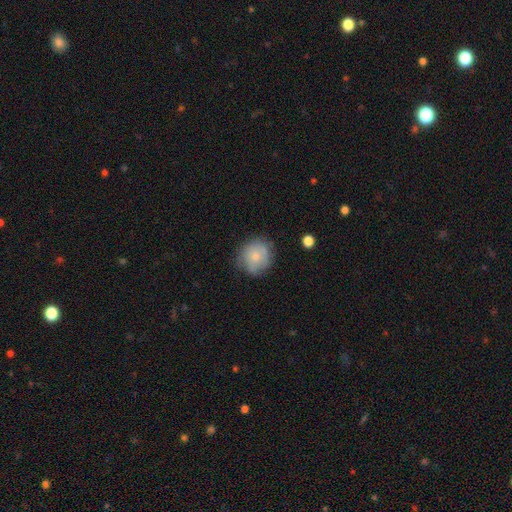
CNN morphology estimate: The model was most divided on "merging": none: 67%, minor disturbance: 24%, major disturbance: 7%, merger: 2%. More confident: how rounded — round (82%); smooth or featured — smooth (71%).